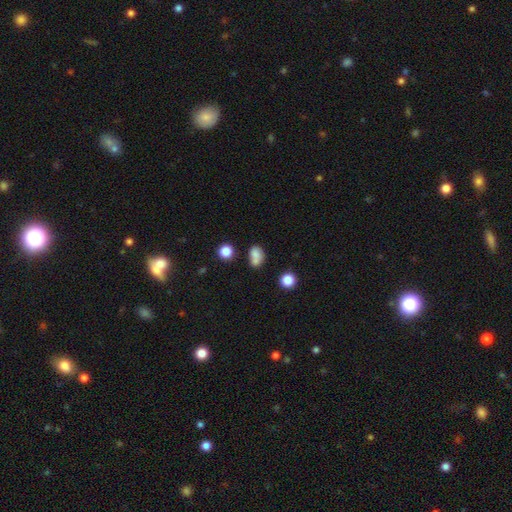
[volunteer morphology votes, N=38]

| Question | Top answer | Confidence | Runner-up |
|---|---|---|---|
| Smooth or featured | smooth | 84% | featured or disk (11%) |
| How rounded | in between | 72% | round (25%) |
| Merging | merger | 50% | none (28%) |